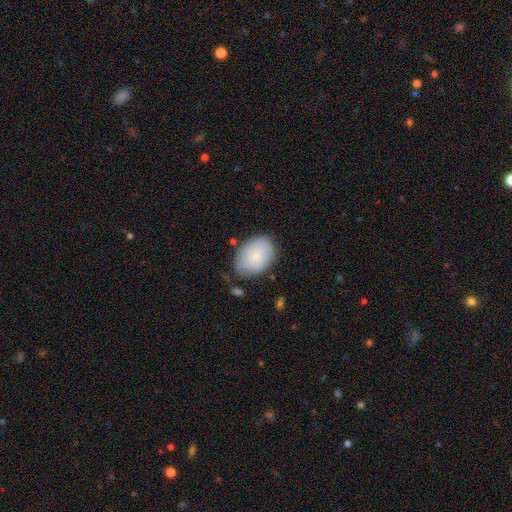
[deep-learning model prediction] Morphology: type=smooth (72%); roundness=in between (82%); merging=none (70%).